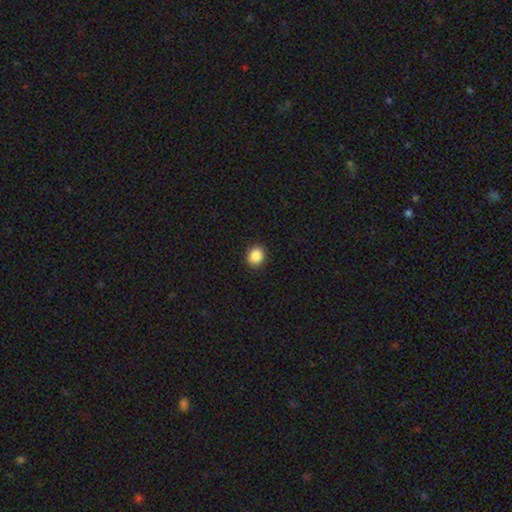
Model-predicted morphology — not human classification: Smooth or featured? Predicted: smooth (p=0.87). How rounded? Predicted: round (p=0.73). Merging? Predicted: none (p=0.90).